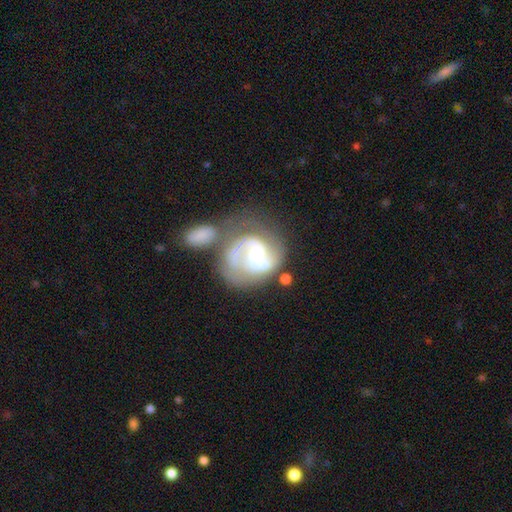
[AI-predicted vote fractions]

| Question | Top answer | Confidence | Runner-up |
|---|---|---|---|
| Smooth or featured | featured or disk | 83% | smooth (12%) |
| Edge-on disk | no | 98% | yes (2%) |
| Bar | no | 48% | weak (42%) |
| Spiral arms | yes | 93% | no (7%) |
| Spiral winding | medium | 51% | tight (29%) |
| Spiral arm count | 2 | 71% | can't tell (11%) |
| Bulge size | small | 46% | moderate (39%) |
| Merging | none | 36% | merger (30%) |